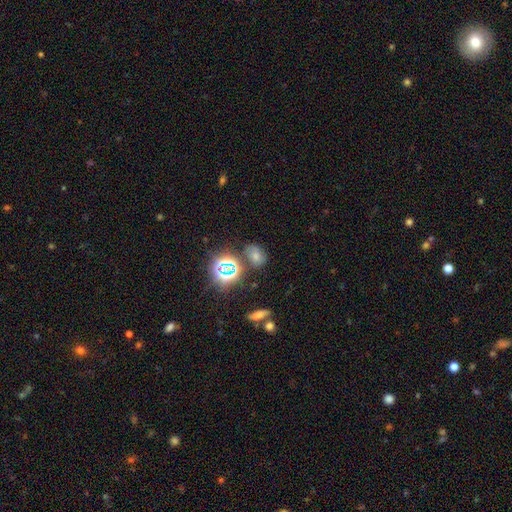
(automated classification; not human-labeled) Morphology: type=smooth (54%); roundness=in between (68%); merging=none (68%).